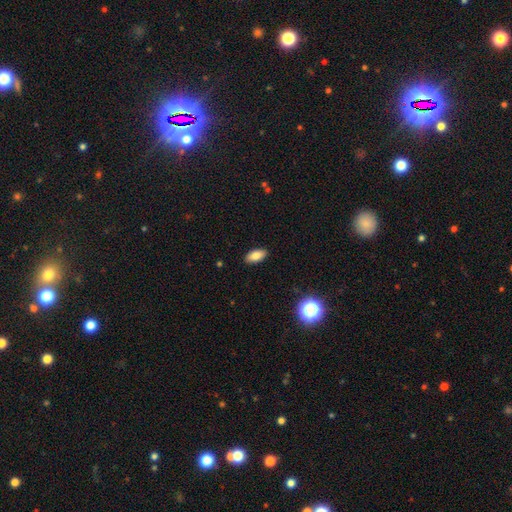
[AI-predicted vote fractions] This is clearly a smooth galaxy (82%). How rounded: clearly in between (90%). Merging: clearly none (89%).